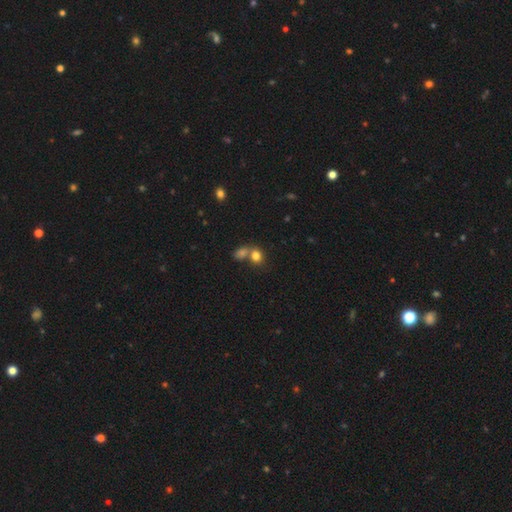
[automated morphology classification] The model was most divided on "merging": merger: 47%, none: 40%, minor disturbance: 9%, major disturbance: 4%. More confident: smooth or featured — smooth (79%); how rounded — round (60%).